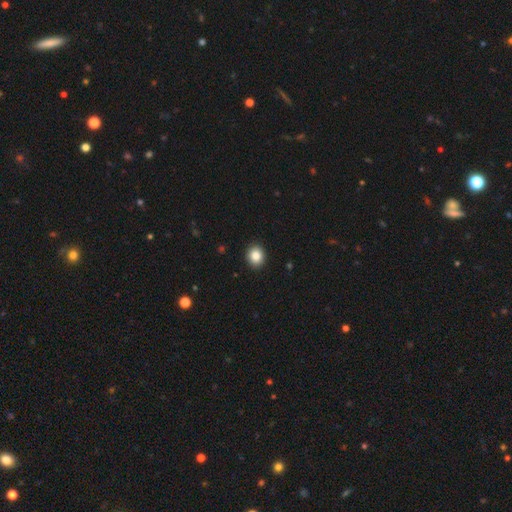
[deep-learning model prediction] This appears to be a smooth galaxy with no disk features (85%) that is round (66%). Merging: none (92%).